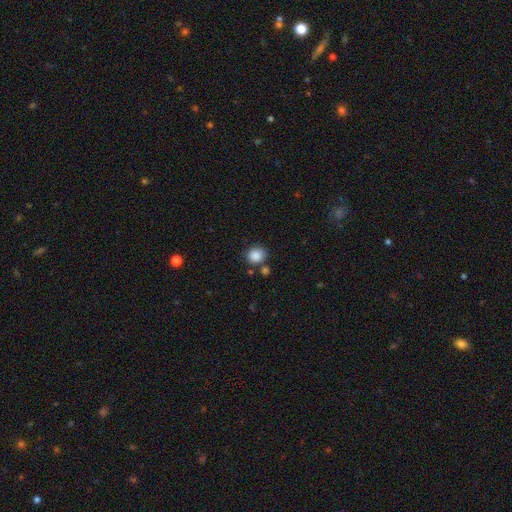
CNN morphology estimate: This is clearly a smooth galaxy (87%). How rounded: clearly round (83%). Merging: likely none (77%).